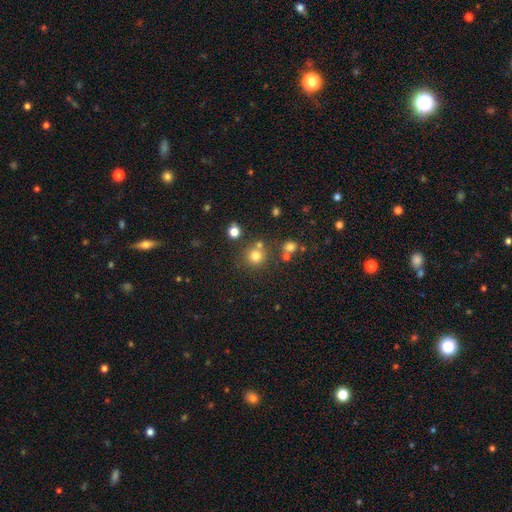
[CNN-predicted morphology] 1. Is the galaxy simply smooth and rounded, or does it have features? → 76% smooth, 17% star or artifact, 8% featured or disk.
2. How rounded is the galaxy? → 91% round, 8% in between, 1% cigar-shaped.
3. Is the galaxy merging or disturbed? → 72% none, 15% merger, 9% minor disturbance, 4% major disturbance.